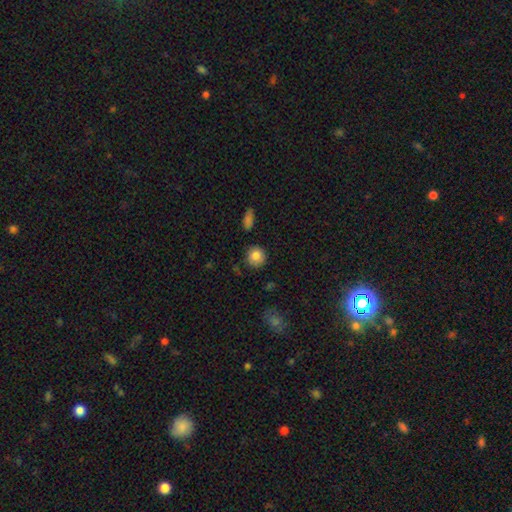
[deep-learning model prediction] This appears to be a smooth galaxy with no disk features (83%) that is round (88%). Merging: none (82%).